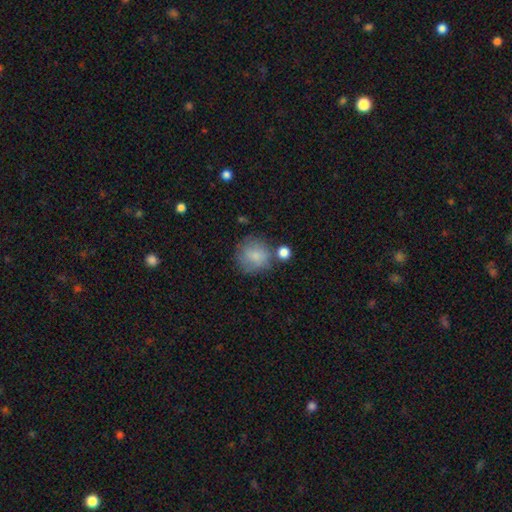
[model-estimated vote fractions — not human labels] The model was most divided on "merging": none: 63%, minor disturbance: 18%, merger: 11%, major disturbance: 8%. More confident: how rounded — round (89%); smooth or featured — smooth (79%).